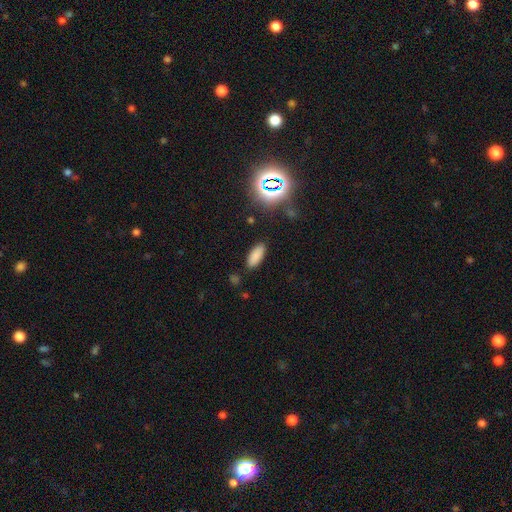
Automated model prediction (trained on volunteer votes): smooth_or_featured: smooth (p=0.80) [alt: star or artifact p=0.14]
how_rounded: in between (p=0.78) [alt: cigar-shaped p=0.19]
merging: none (p=0.87) [alt: minor disturbance p=0.09]